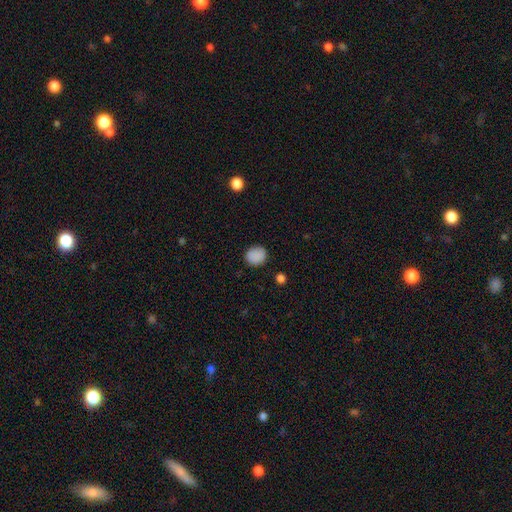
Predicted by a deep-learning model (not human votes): Smooth or featured: smooth — 87% (star or artifact — 9%)
How rounded: round — 78% (in between — 21%)
Merging: none — 86% (minor disturbance — 10%)